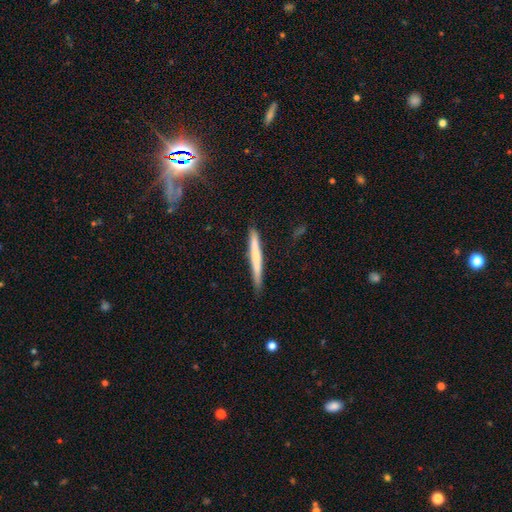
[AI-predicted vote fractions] smooth-or-featured: smooth: 58% | featured or disk: 35% | star or artifact: 6%
  how-rounded: cigar-shaped: 96% | in between: 2% | round: 1%
  merging: none: 84% | minor disturbance: 12% | major disturbance: 2% | merger: 2%